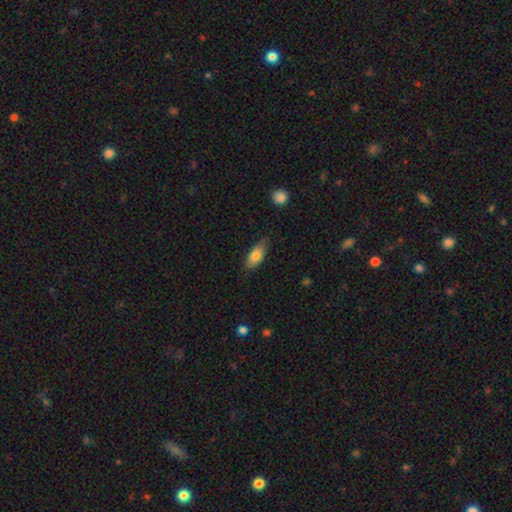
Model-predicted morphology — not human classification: Q: Smooth or featured?
A: smooth (78%); runner-up: featured or disk (15%)
Q: How rounded?
A: in between (82%); runner-up: cigar-shaped (15%)
Q: Merging?
A: none (77%); runner-up: minor disturbance (19%)